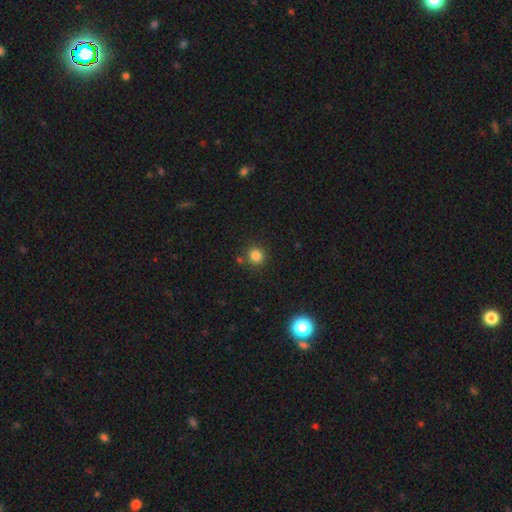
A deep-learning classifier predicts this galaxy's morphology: Smooth or featured? smooth (82%)
How rounded? round (93%)
Merging? none (82%)